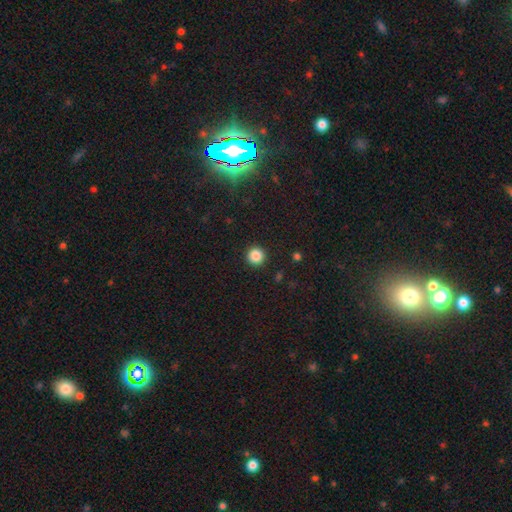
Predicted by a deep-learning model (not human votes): Smooth or featured? smooth (85%)
How rounded? round (96%)
Merging? none (93%)